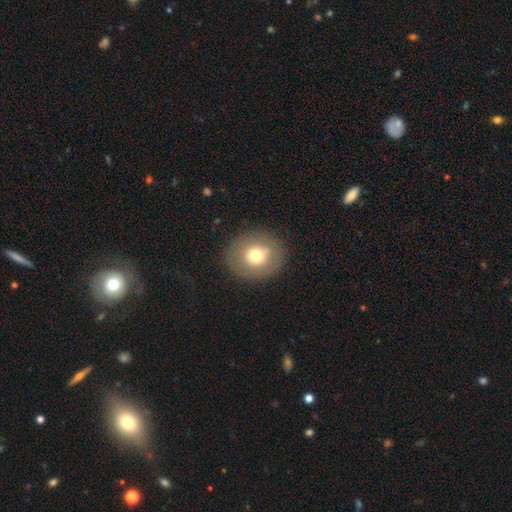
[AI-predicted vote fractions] Overall: smooth (69%). How rounded: round (86%). Merging: none (87%).